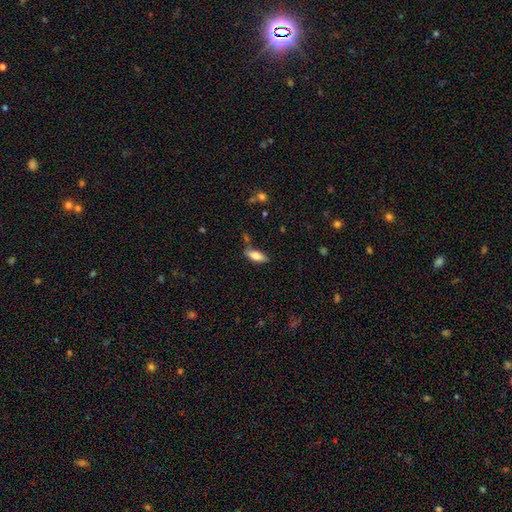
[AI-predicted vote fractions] This is likely a smooth galaxy (76%). How rounded: likely in between (73%). Merging: likely none (72%).